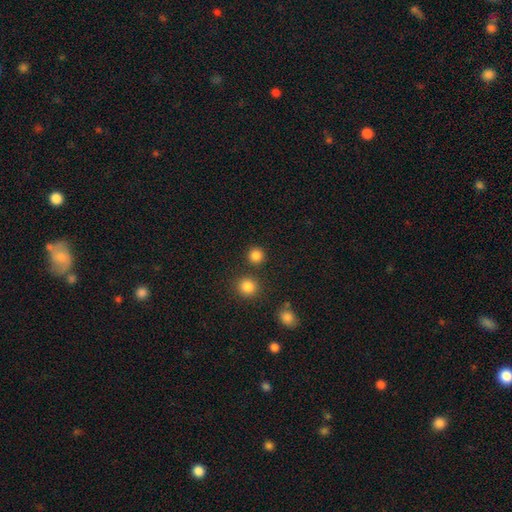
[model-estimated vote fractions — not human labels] smooth-or-featured: smooth: 84% | star or artifact: 13% | featured or disk: 4%
  how-rounded: round: 93% | in between: 6% | cigar-shaped: 1%
  merging: none: 86% | merger: 6% | minor disturbance: 6% | major disturbance: 2%